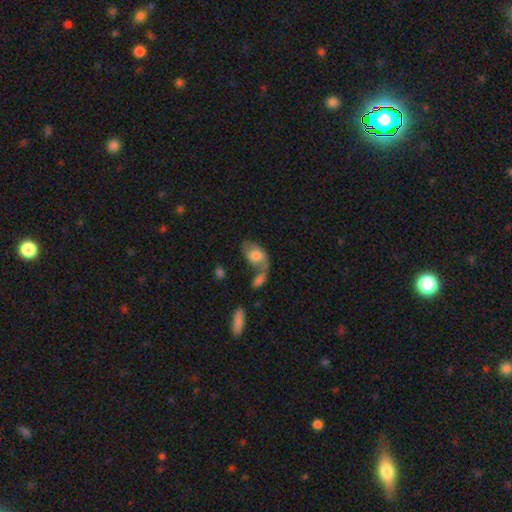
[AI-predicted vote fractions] smooth 52%, featured or disk 41%, star or artifact 8%. Down the decision tree: how rounded — in between (89%); merging — merger (41%).